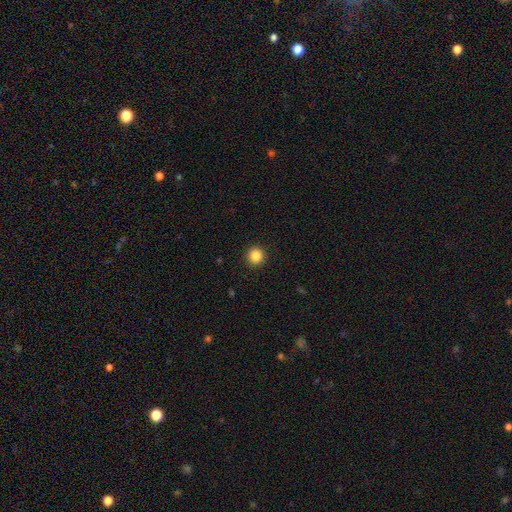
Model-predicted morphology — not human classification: Smooth or featured?
  - smooth: 87% *
  - star or artifact: 10%
  - featured or disk: 3%
How rounded?
  - round: 94% *
  - in between: 5%
  - cigar-shaped: 1%
Merging?
  - none: 93% *
  - minor disturbance: 5%
  - major disturbance: 2%
  - merger: 1%